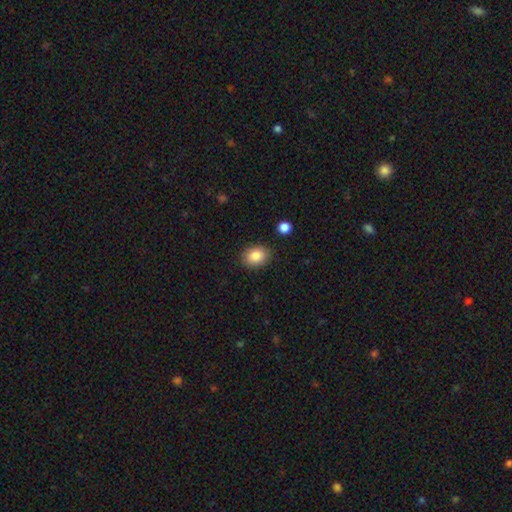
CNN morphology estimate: type=smooth (87%); roundness=in between (63%); merging=none (86%).